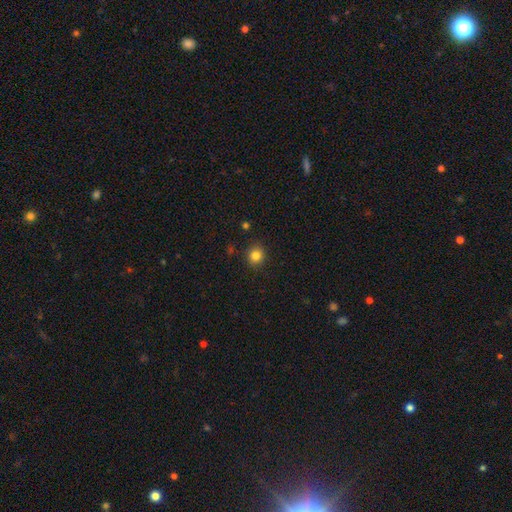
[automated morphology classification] Smooth or featured?
  - smooth: 83% *
  - star or artifact: 12%
  - featured or disk: 5%
How rounded?
  - round: 88% *
  - in between: 11%
  - cigar-shaped: 1%
Merging?
  - none: 90% *
  - minor disturbance: 7%
  - major disturbance: 2%
  - merger: 1%